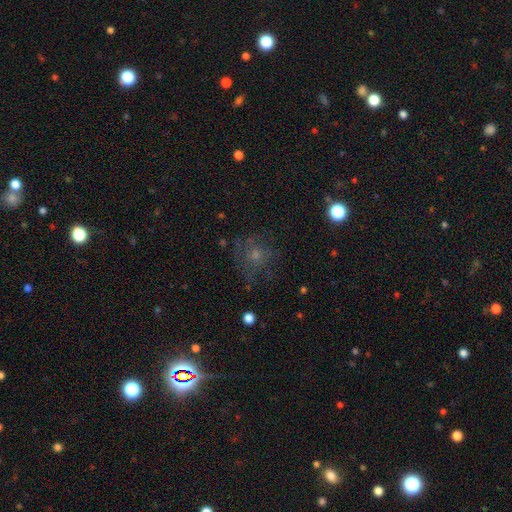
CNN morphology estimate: smooth 49%, featured or disk 30%, star or artifact 22%. Down the decision tree: merging — none (60%).